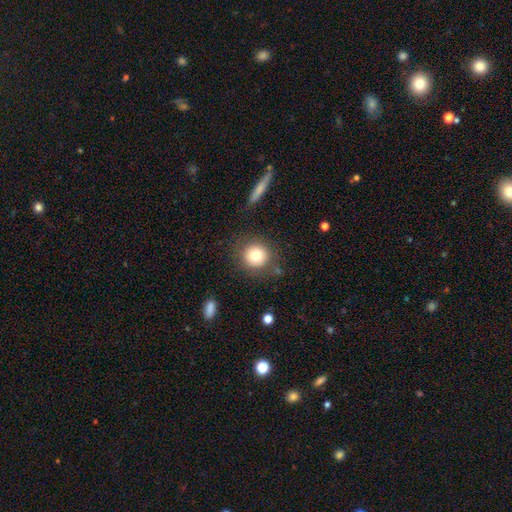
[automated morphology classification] Smooth or featured: smooth — 77% (featured or disk — 12%)
How rounded: round — 93% (in between — 6%)
Merging: none — 84% (minor disturbance — 10%)